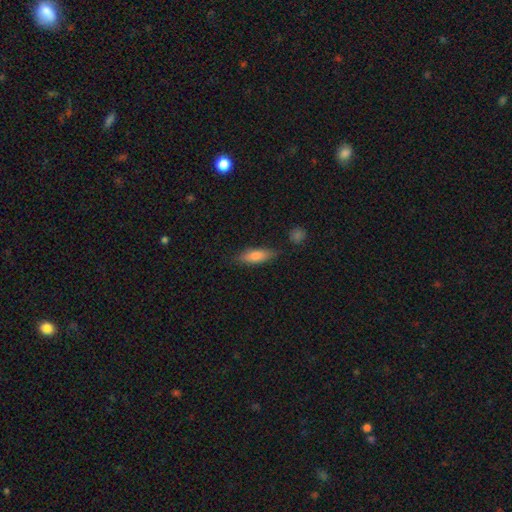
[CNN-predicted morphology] smooth 75%, featured or disk 18%, star or artifact 7%. Down the decision tree: how rounded — in between (52%); merging — none (81%).